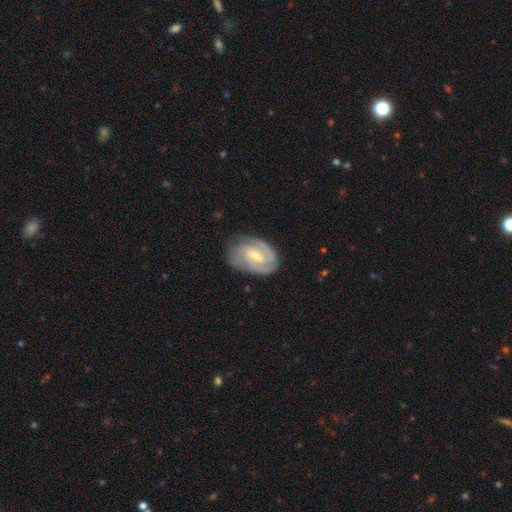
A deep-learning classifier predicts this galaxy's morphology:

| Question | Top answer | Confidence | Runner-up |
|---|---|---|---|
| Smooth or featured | featured or disk | 80% | smooth (15%) |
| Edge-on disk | no | 97% | yes (3%) |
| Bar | weak | 54% | no (26%) |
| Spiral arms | yes | 93% | no (7%) |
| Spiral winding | tight | 55% | medium (35%) |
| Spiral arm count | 2 | 51% | can't tell (20%) |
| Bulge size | small | 49% | moderate (47%) |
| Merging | none | 73% | minor disturbance (20%) |